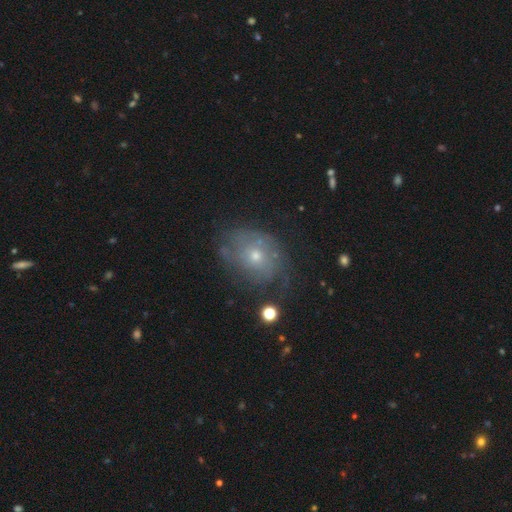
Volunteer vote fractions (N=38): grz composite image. It shows a featured or disk galaxy (50%) with no bar (88%), no spiral arms (53%) and a small central bulge (71%). Merging: none (47%).